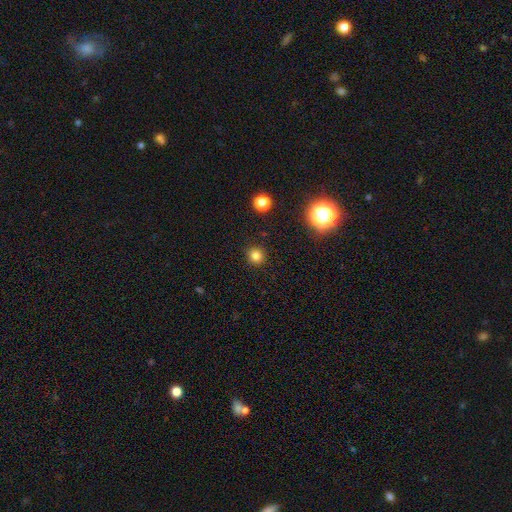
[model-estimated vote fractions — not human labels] smooth 80%, star or artifact 15%, featured or disk 5%. Down the decision tree: how rounded — round (93%); merging — none (91%).